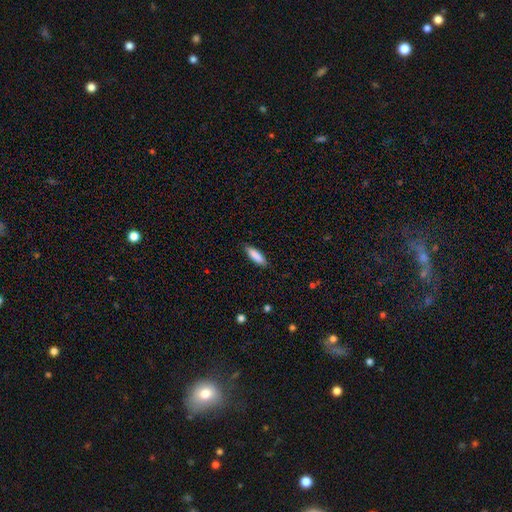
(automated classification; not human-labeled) Smooth or featured?
  - smooth: 88% *
  - featured or disk: 6%
  - star or artifact: 6%
How rounded?
  - cigar-shaped: 50% *
  - in between: 49%
  - round: 1%
Merging?
  - none: 86% *
  - minor disturbance: 11%
  - major disturbance: 2%
  - merger: 1%